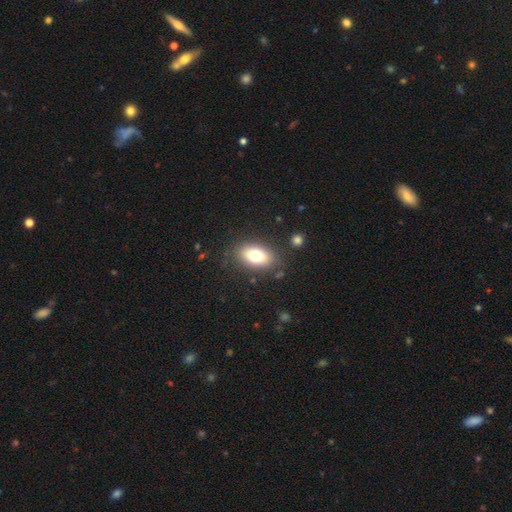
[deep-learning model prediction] This is likely a smooth galaxy (76%). How rounded: clearly in between (88%). Merging: clearly none (83%).